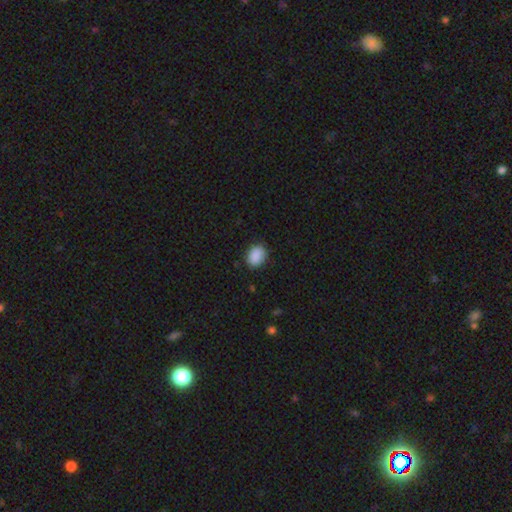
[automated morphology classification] smooth_or_featured: smooth (p=0.89) [alt: star or artifact p=0.07]
how_rounded: in between (p=0.71) [alt: round p=0.28]
merging: none (p=0.84) [alt: minor disturbance p=0.12]